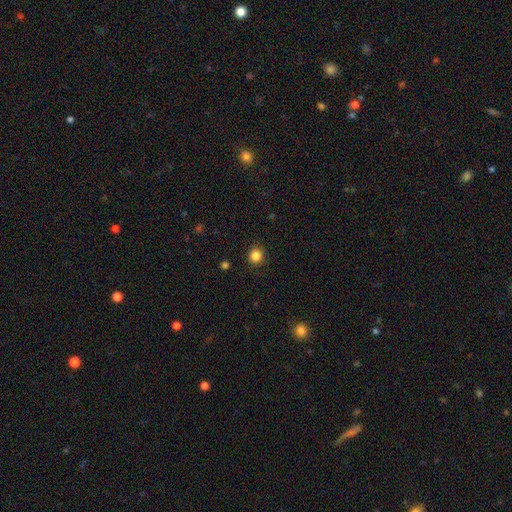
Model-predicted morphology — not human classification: This is clearly a smooth galaxy (84%). How rounded: clearly round (92%). Merging: clearly none (92%).